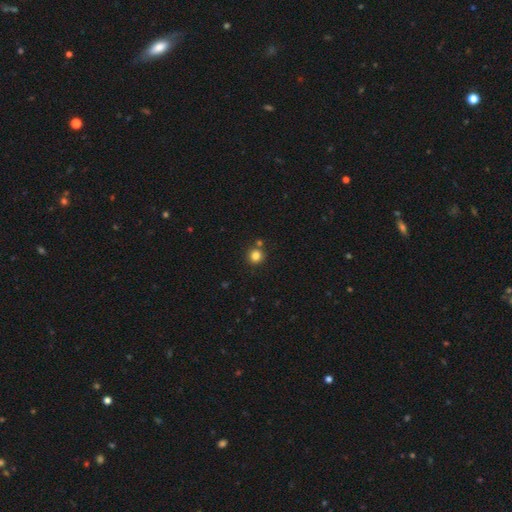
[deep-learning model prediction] smooth-or-featured: smooth: 82% | star or artifact: 13% | featured or disk: 5%
  how-rounded: round: 93% | in between: 6% | cigar-shaped: 1%
  merging: none: 80% | merger: 10% | minor disturbance: 7% | major disturbance: 2%